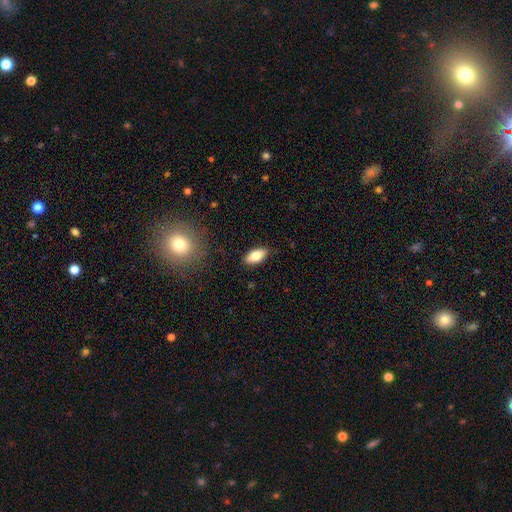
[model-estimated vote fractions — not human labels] smooth_or_featured: smooth (p=0.80) [alt: featured or disk p=0.13]
how_rounded: in between (p=0.90) [alt: cigar-shaped p=0.07]
merging: none (p=0.87) [alt: minor disturbance p=0.10]